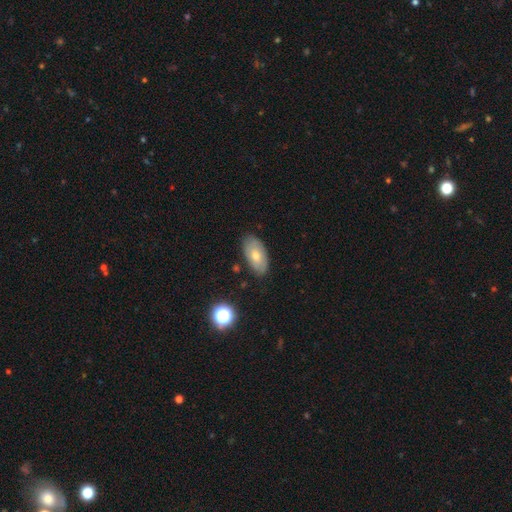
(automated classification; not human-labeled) Smooth or featured? Predicted: smooth (p=0.60). How rounded? Predicted: in between (p=0.92). Merging? Predicted: none (p=0.83).